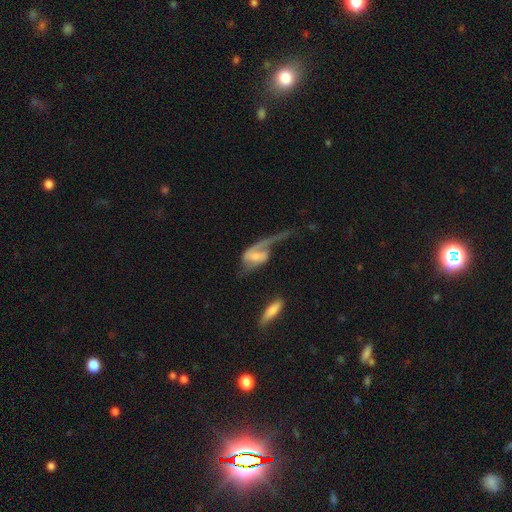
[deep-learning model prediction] smooth_or_featured: featured or disk (p=0.68) [alt: smooth p=0.25]
disk_edge_on: no (p=0.95) [alt: yes p=0.05]
bar: weak (p=0.42) [alt: no p=0.37]
has_spiral_arms: yes (p=0.77) [alt: no p=0.23]
bulge_size: small (p=0.35) [alt: moderate p=0.28]
merging: major disturbance (p=0.58) [alt: none p=0.19]